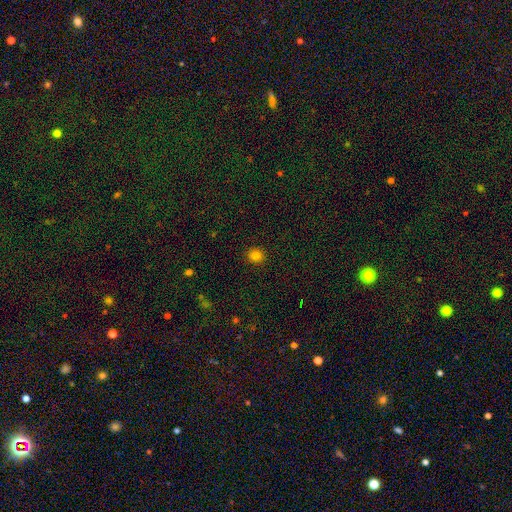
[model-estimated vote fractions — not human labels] smooth-or-featured: smooth: 81% | star or artifact: 15% | featured or disk: 5%
  how-rounded: round: 85% | in between: 14% | cigar-shaped: 1%
  merging: none: 91% | minor disturbance: 6% | major disturbance: 2% | merger: 1%